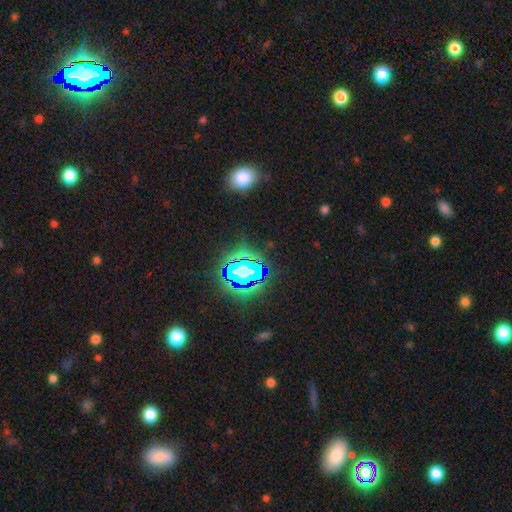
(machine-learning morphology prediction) Overall: star or artifact (73%).